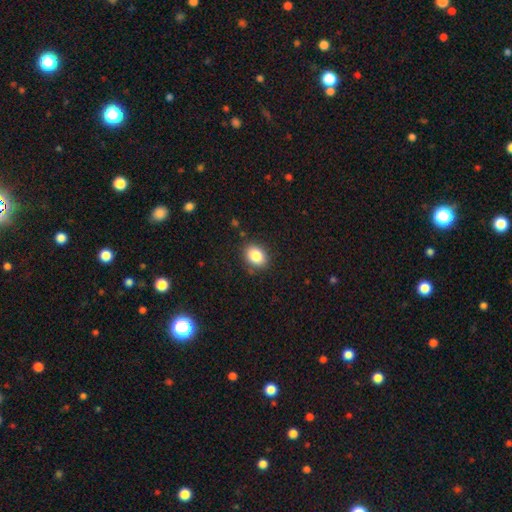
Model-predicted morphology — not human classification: smooth_or_featured: smooth (p=0.86) [alt: star or artifact p=0.08]
how_rounded: in between (p=0.66) [alt: round p=0.33]
merging: none (p=0.86) [alt: minor disturbance p=0.10]